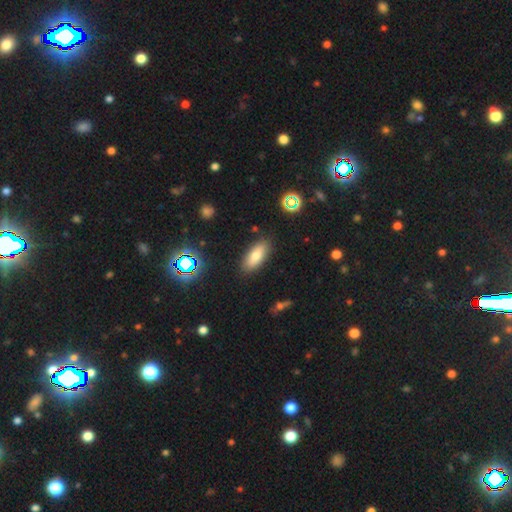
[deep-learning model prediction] Q: Smooth or featured?
A: smooth (74%); runner-up: featured or disk (15%)
Q: How rounded?
A: in between (77%); runner-up: cigar-shaped (20%)
Q: Merging?
A: none (86%); runner-up: minor disturbance (10%)